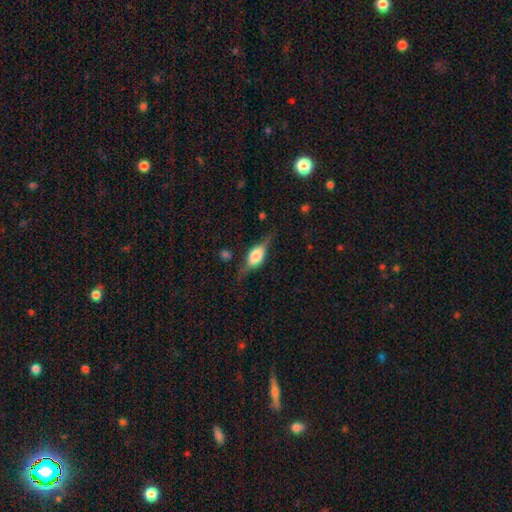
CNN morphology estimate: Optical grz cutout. It shows a featured or disk galaxy (56%) viewed edge-on (92%) with a rounded central bulge (83%). Merging: none (66%).